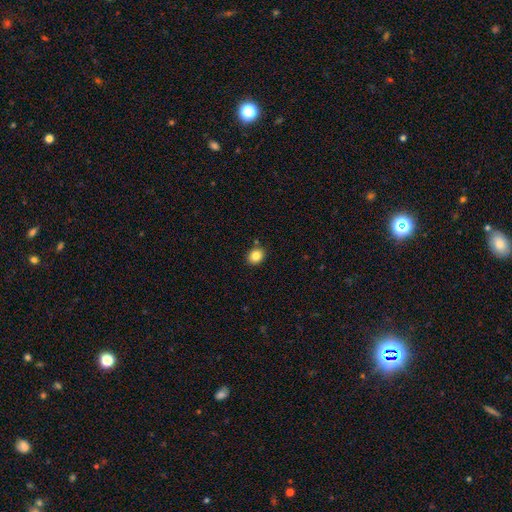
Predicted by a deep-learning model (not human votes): Smooth or featured? smooth (84%)
How rounded? round (62%)
Merging? none (85%)